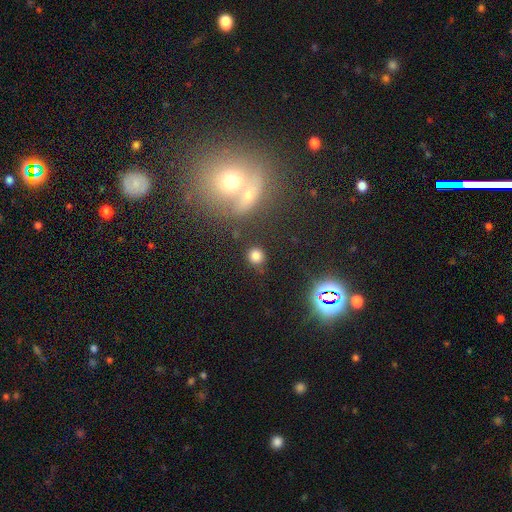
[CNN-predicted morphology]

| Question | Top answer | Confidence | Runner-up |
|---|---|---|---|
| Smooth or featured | smooth | 79% | star or artifact (16%) |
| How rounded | round | 87% | in between (11%) |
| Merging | none | 81% | minor disturbance (9%) |